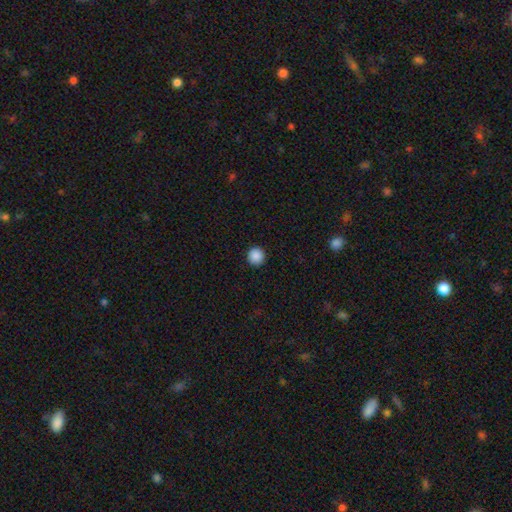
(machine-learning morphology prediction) Smooth or featured? Predicted: smooth (p=0.89). How rounded? Predicted: round (p=0.96). Merging? Predicted: none (p=0.94).